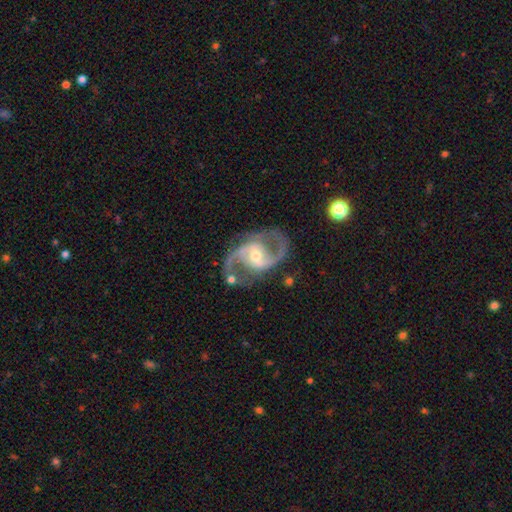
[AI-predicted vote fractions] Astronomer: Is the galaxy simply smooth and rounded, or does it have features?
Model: featured or disk — 92%.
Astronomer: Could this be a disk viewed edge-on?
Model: no — 98%.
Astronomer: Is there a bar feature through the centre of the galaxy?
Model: weak — 44% (runner-up: no, 34%).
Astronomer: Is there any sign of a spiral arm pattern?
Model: yes — 98%.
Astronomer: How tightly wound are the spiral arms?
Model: medium — 63%.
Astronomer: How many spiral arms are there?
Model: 2 — 93%.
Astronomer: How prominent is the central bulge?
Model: moderate — 61%.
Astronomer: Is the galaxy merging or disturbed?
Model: none — 75%.